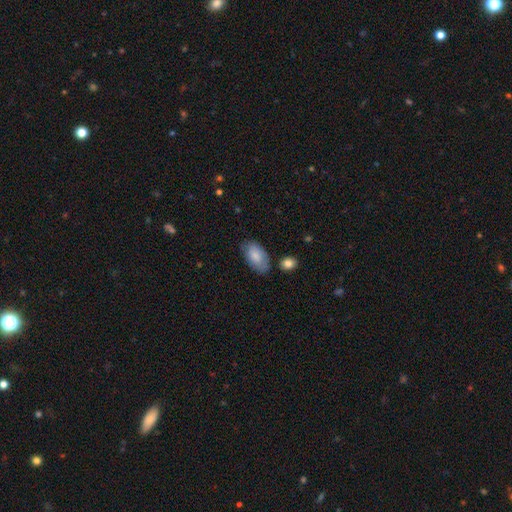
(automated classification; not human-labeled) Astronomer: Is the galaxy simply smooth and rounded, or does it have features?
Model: smooth — 80%.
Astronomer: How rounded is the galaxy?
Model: in between — 95%.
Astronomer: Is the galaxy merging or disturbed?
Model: none — 68%.